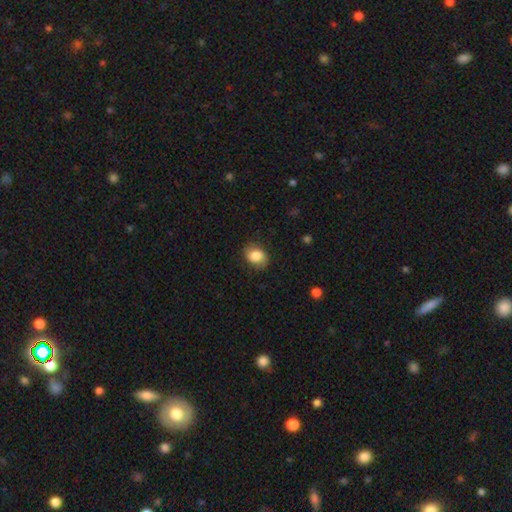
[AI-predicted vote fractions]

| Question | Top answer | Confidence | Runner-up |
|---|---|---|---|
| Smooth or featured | smooth | 80% | featured or disk (12%) |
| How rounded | in between | 58% | round (41%) |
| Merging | none | 75% | minor disturbance (18%) |